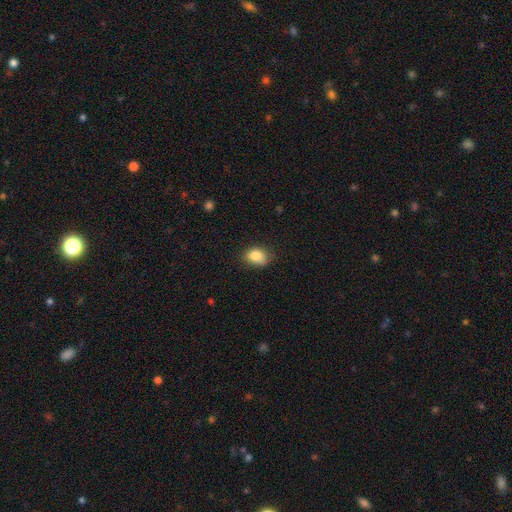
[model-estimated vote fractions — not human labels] A smooth galaxy with no disk features (85%) that is in between round and cigar-shaped (68%). Merging: none (68%).